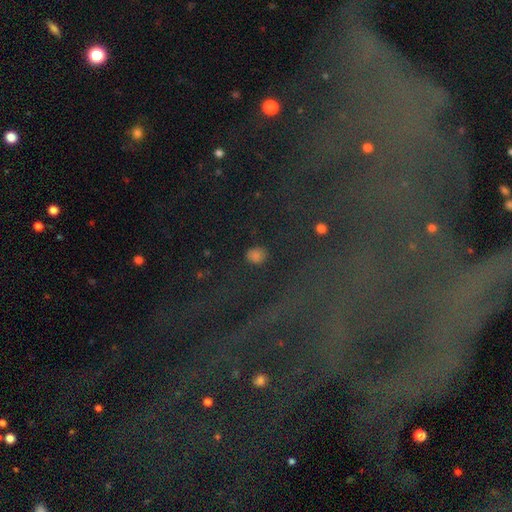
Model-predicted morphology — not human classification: smooth_or_featured: smooth (p=0.72) [alt: star or artifact p=0.22]
how_rounded: round (p=0.72) [alt: in between p=0.26]
merging: none (p=0.87) [alt: minor disturbance p=0.07]